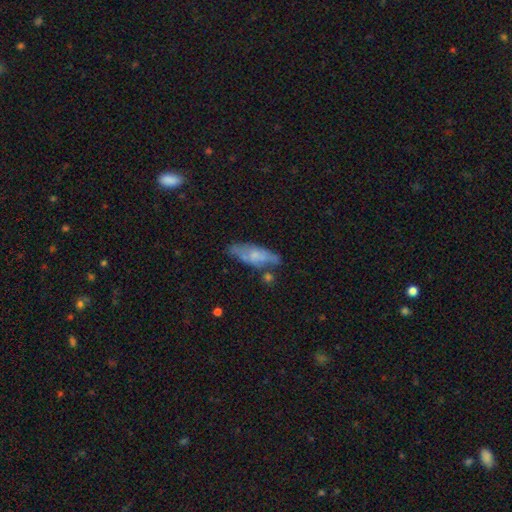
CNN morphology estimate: type=smooth (54%); roundness=in between (57%); merging=none (58%).